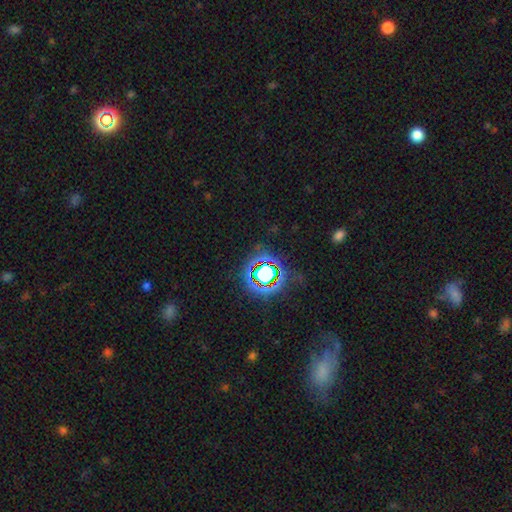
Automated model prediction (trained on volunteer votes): A star or artifact, not a galaxy (68%).